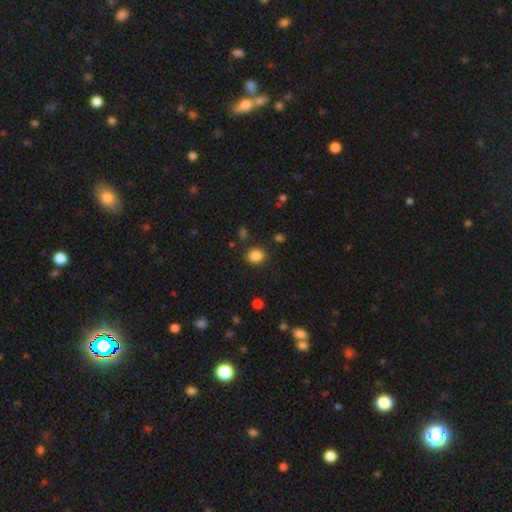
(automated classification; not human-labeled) A smooth galaxy with no disk features (85%) that is round (54%).

Vote fractions:
- Smooth or featured? smooth: 85% / star or artifact: 11% / featured or disk: 4%
- How rounded? round: 54% / in between: 45% / cigar-shaped: 1%
- Merging? none: 87% / minor disturbance: 8% / major disturbance: 3% / merger: 2%